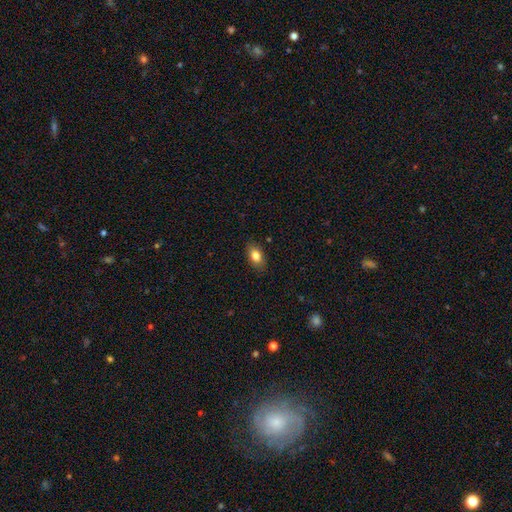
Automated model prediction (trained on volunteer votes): Smooth or featured: smooth — 82% (featured or disk — 10%)
How rounded: in between — 88% (round — 9%)
Merging: none — 86% (minor disturbance — 11%)